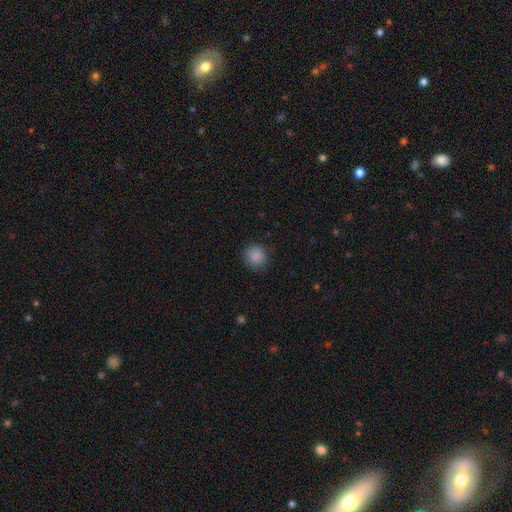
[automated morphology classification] This appears to be a smooth galaxy with no disk features (87%) that is round (88%). Merging: none (86%).